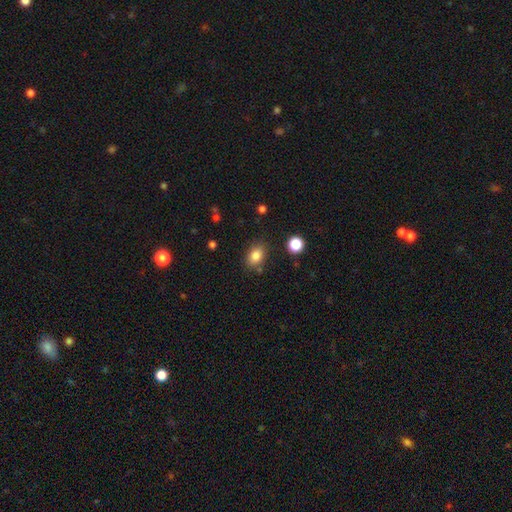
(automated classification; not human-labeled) A smooth galaxy with no disk features (84%) that is in between round and cigar-shaped (72%).

Vote fractions:
- Smooth or featured? smooth: 84% / star or artifact: 10% / featured or disk: 6%
- How rounded? in between: 72% / round: 27% / cigar-shaped: 1%
- Merging? none: 78% / minor disturbance: 13% / merger: 4% / major disturbance: 4%